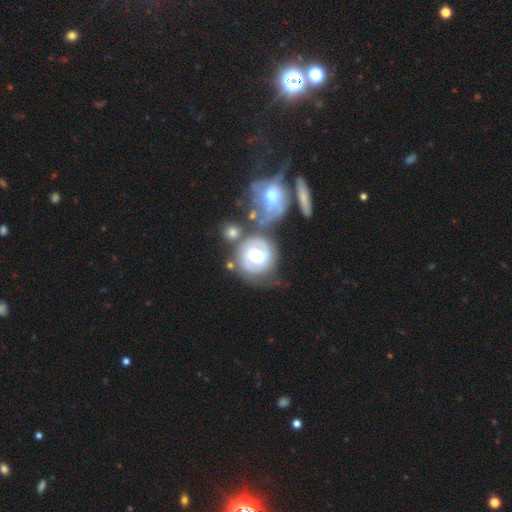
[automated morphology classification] Q: Smooth or featured?
A: featured or disk (75%); runner-up: smooth (20%)
Q: Edge-on disk?
A: no (97%); runner-up: yes (3%)
Q: Bar?
A: no (44%); runner-up: weak (37%)
Q: Spiral arms?
A: yes (82%); runner-up: no (18%)
Q: Spiral winding?
A: tight (54%); runner-up: medium (33%)
Q: Spiral arm count?
A: 2 (73%); runner-up: can't tell (11%)
Q: Bulge size?
A: moderate (53%); runner-up: large (39%)
Q: Merging?
A: none (53%); runner-up: merger (19%)